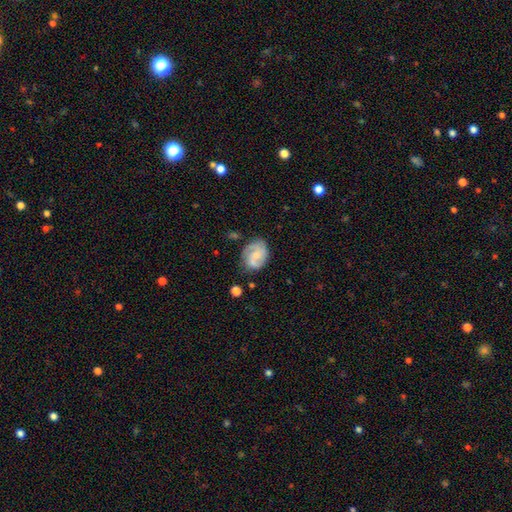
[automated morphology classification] A featured or disk galaxy (65%) with no bar (60%), 2 (54%) medium (47%) spiral arms (90%) and a small central bulge (49%). Merging: none (67%).